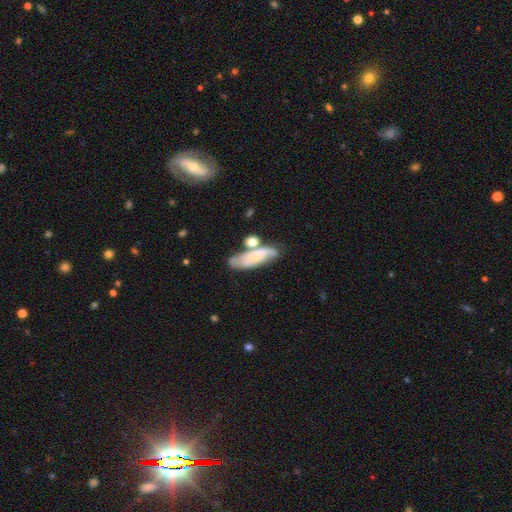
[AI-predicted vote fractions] smooth 49%, featured or disk 44%, star or artifact 7%. Down the decision tree: merging — none (41%).